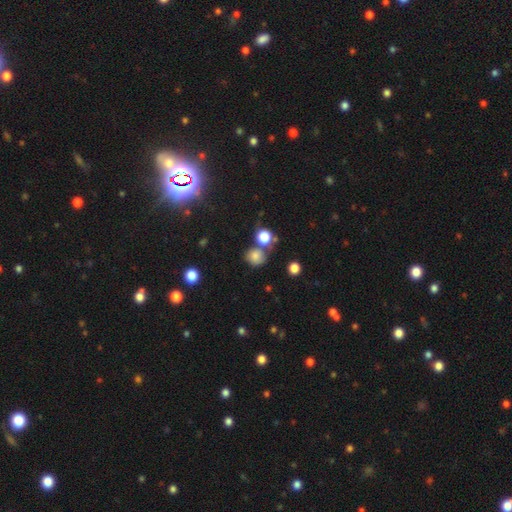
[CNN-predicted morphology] smooth 76%, star or artifact 15%, featured or disk 9%. Down the decision tree: how rounded — round (79%); merging — none (61%).